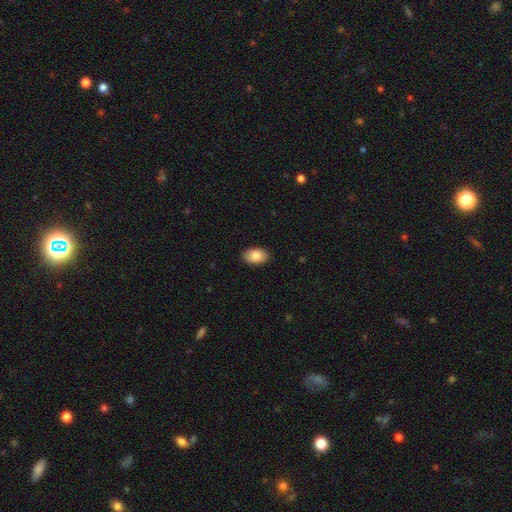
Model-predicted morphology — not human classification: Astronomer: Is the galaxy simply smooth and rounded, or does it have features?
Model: smooth — 87%.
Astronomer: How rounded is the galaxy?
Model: in between — 90%.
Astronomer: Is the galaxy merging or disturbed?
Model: none — 89%.